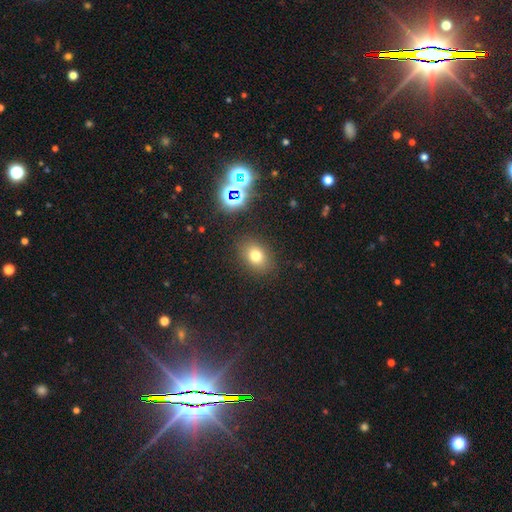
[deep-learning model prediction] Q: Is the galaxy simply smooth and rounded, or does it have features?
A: smooth — 73%.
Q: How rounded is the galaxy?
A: in between — 64%.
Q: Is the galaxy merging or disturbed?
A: none — 86%.